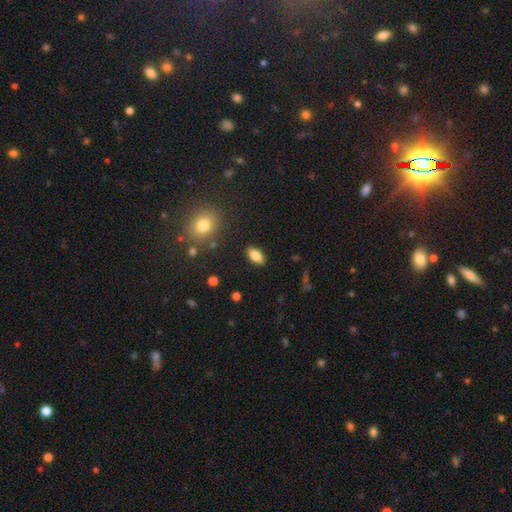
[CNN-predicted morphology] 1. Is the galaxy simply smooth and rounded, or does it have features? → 81% smooth, 11% featured or disk, 9% star or artifact.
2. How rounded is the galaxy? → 89% in between, 7% cigar-shaped, 4% round.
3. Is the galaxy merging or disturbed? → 88% none, 8% minor disturbance, 2% major disturbance, 2% merger.